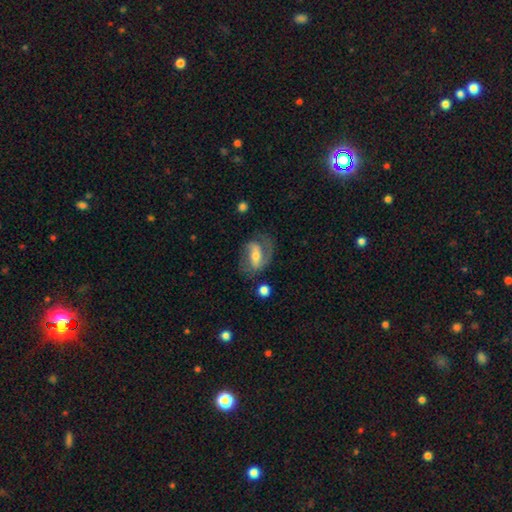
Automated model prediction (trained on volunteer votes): Smooth or featured: featured or disk — 73% (smooth — 20%)
Edge-on disk: no — 94% (yes — 6%)
Bar: strong — 46% (weak — 35%)
Spiral arms: yes — 88% (no — 12%)
Spiral winding: medium — 48% (loose — 26%)
Spiral arm count: 2 — 75% (1 — 14%)
Bulge size: moderate — 50% (small — 39%)
Merging: none — 63% (minor disturbance — 19%)